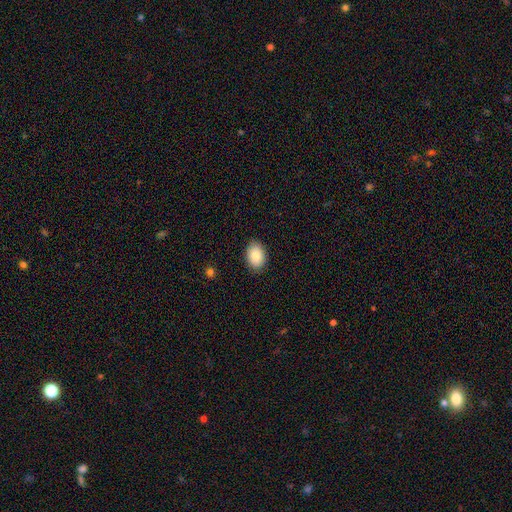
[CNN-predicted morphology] Overall: smooth (88%). How rounded: in between (83%). Merging: none (88%).